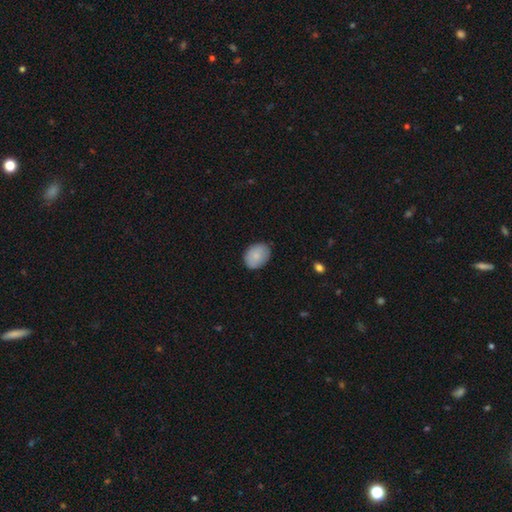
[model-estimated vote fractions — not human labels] smooth-or-featured: smooth: 85% | featured or disk: 8% | star or artifact: 6%
  how-rounded: in between: 71% | round: 28% | cigar-shaped: 1%
  merging: none: 81% | minor disturbance: 15% | major disturbance: 3% | merger: 1%